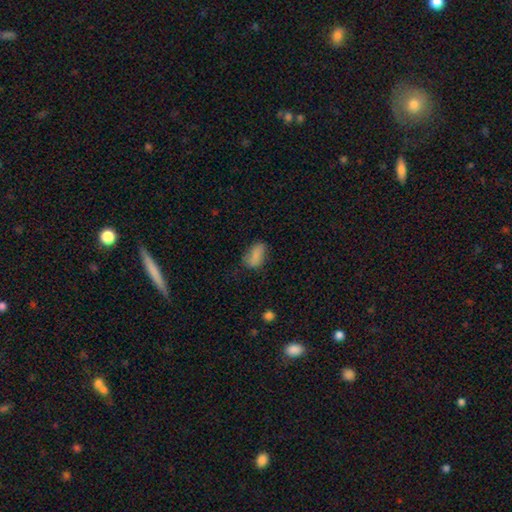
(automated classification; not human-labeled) This appears to be a smooth galaxy with no disk features (82%) that is in between round and cigar-shaped (89%). Merging: none (62%).